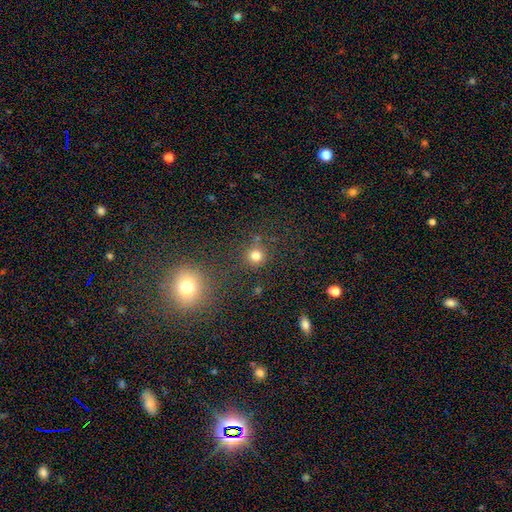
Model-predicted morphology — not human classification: smooth-or-featured: smooth: 77% | star or artifact: 17% | featured or disk: 5%
  how-rounded: round: 92% | in between: 7% | cigar-shaped: 1%
  merging: none: 78% | minor disturbance: 9% | merger: 8% | major disturbance: 4%